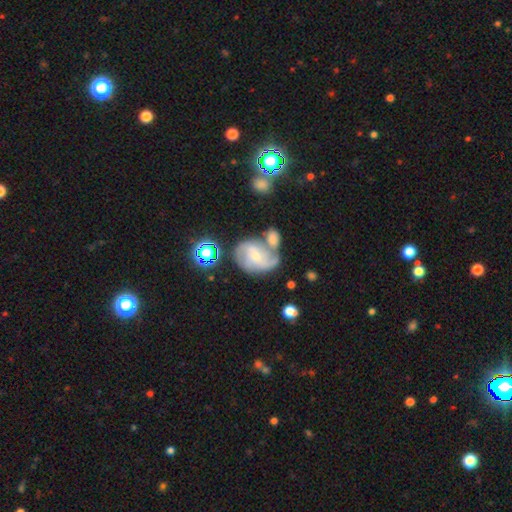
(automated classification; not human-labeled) smooth-or-featured: featured or disk: 72% | smooth: 19% | star or artifact: 9%
  disk-edge-on: no: 97% | yes: 3%
    bar: no: 46% | weak: 41% | strong: 13%
    has-spiral-arms: yes: 90% | no: 10%
      spiral-winding: medium: 47% | tight: 28% | loose: 25%
      spiral-arm-count: 2: 49% | can't tell: 20% | 3: 19% | 1: 5% | 4: 4% | more than 4: 3%
    bulge-size: small: 64% | moderate: 30% | none: 3% | large: 2% | dominant: 1%
  merging: none: 40% | merger: 32% | minor disturbance: 18% | major disturbance: 11%